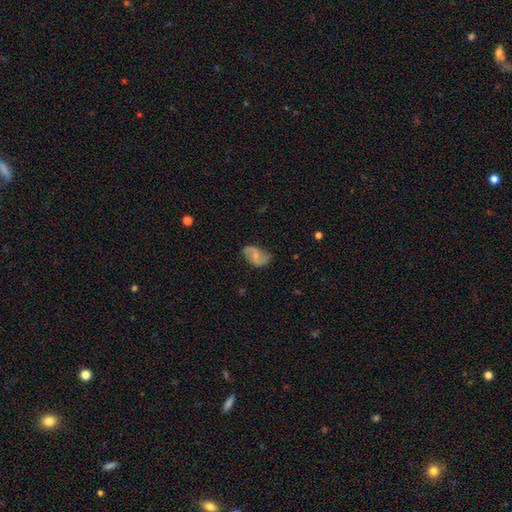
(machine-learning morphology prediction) Smooth or featured? featured or disk (65%)
Edge-on disk? no (97%)
Bar? weak (47%)
Spiral arms? yes (90%)
Spiral winding? loose (52%)
Spiral arm count? 2 (89%)
Bulge size? small (46%)
Merging? none (74%)